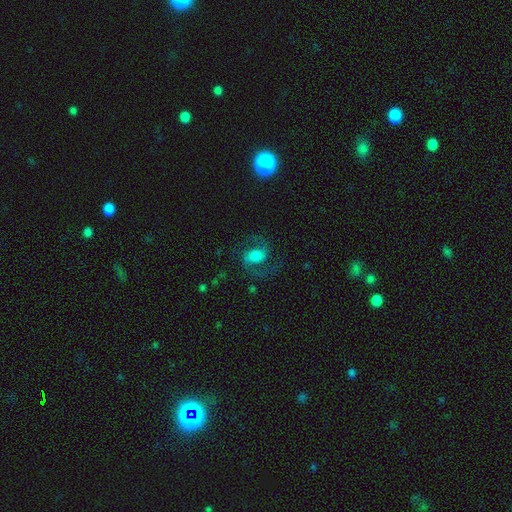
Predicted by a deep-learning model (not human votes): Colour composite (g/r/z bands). It shows a featured or disk galaxy (83%) with a weak bar (43%), 2 (93%) medium (59%) spiral arms (97%) and a moderate central bulge (46%). Merging: none (75%).